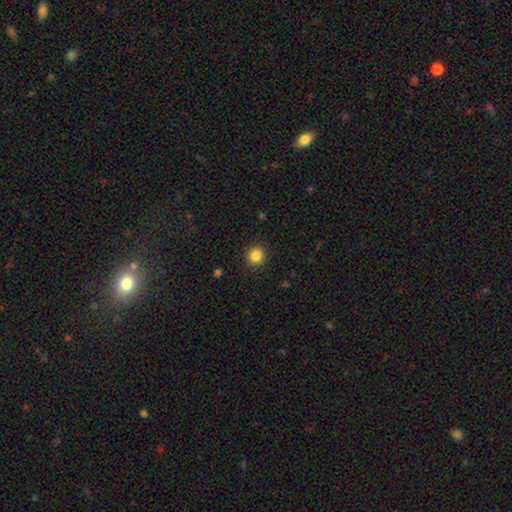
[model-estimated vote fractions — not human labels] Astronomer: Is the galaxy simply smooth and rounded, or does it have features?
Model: smooth — 85%.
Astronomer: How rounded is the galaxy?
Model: round — 92%.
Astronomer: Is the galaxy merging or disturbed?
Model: none — 92%.